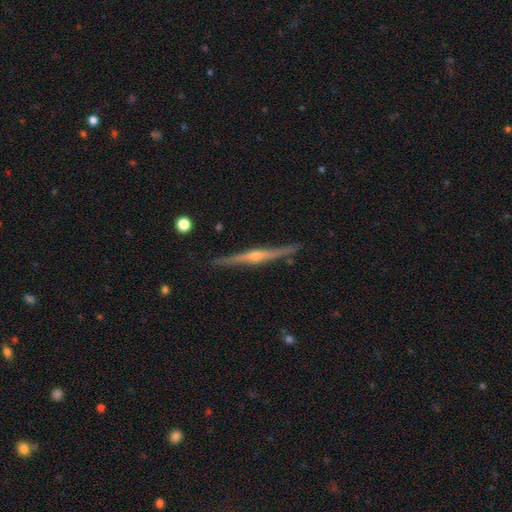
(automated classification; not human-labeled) Overall: featured or disk (83%). Edge-on disk: yes (98%). Edge-on bulge: rounded (89%). Merging: none (89%).